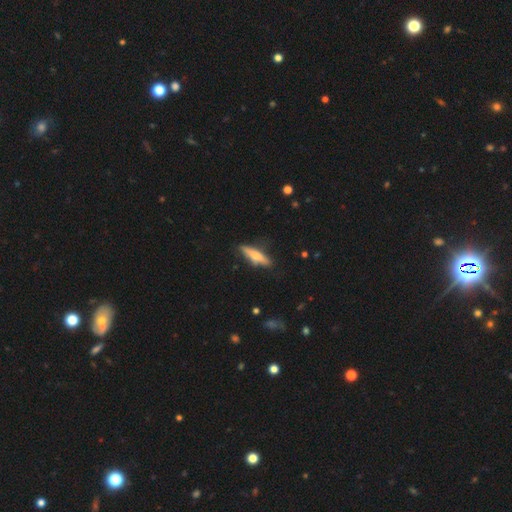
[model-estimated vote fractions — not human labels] smooth_or_featured: smooth (p=0.54) [alt: featured or disk p=0.40]
how_rounded: cigar-shaped (p=0.76) [alt: in between p=0.22]
merging: none (p=0.80) [alt: minor disturbance p=0.15]